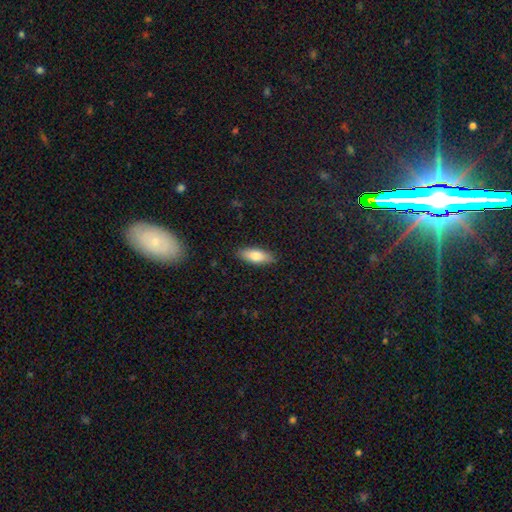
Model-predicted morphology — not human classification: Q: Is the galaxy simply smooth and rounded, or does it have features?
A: smooth — 76%.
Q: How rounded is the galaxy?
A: in between — 70%.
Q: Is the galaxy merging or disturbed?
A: none — 88%.